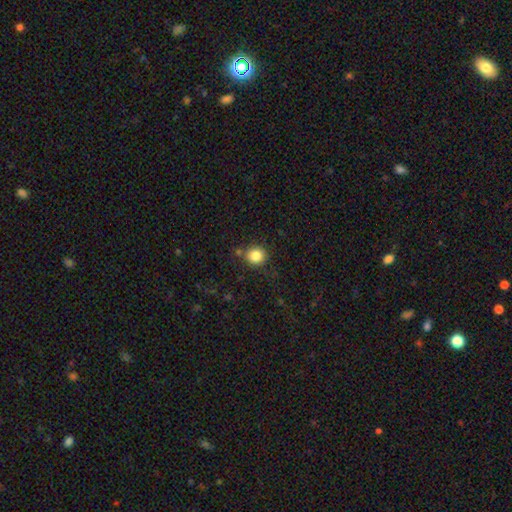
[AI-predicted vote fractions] Overall: smooth (85%). How rounded: round (87%). Merging: none (81%).